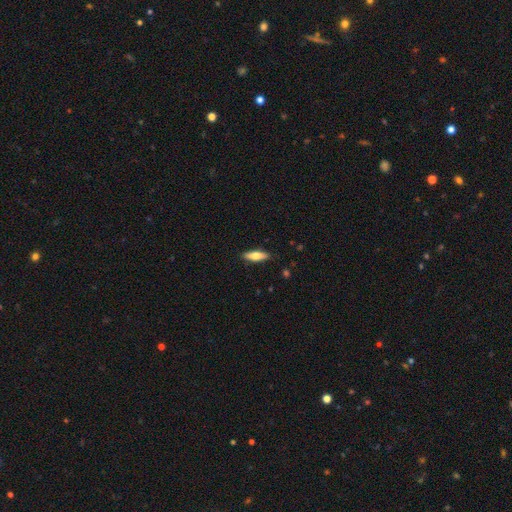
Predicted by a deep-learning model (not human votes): Q: Smooth or featured?
A: smooth (68%); runner-up: featured or disk (26%)
Q: How rounded?
A: cigar-shaped (50%); runner-up: in between (48%)
Q: Merging?
A: none (88%); runner-up: minor disturbance (9%)